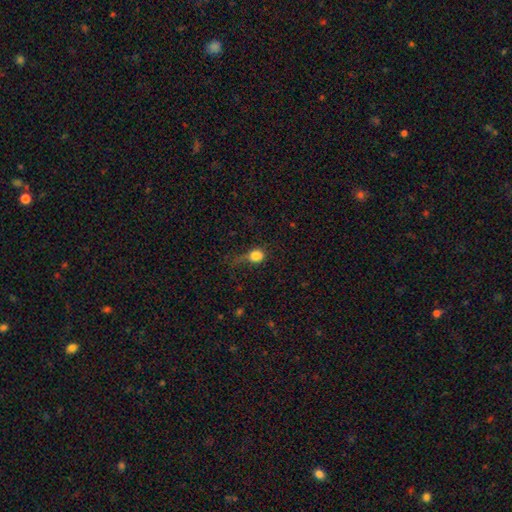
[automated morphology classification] smooth 81%, star or artifact 10%, featured or disk 9%. Down the decision tree: how rounded — round (72%); merging — none (35%).